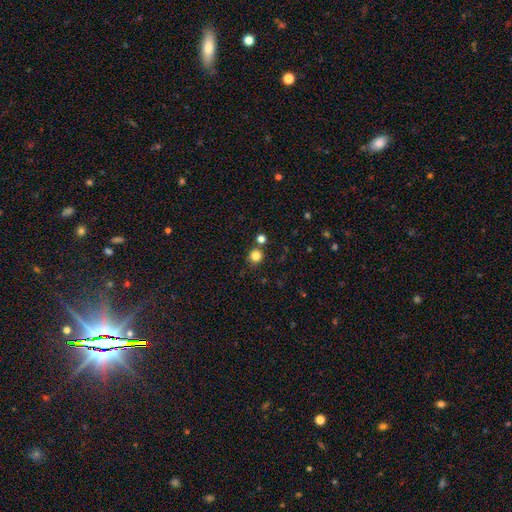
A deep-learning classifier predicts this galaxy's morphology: Smooth or featured? Predicted: smooth (p=0.83). How rounded? Predicted: round (p=0.92). Merging? Predicted: none (p=0.79).